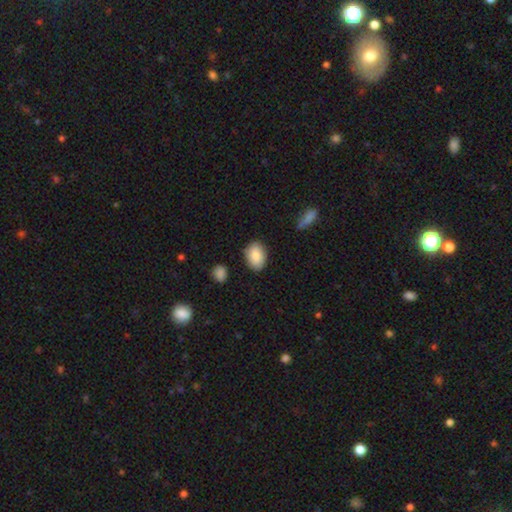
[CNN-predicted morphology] A smooth galaxy with no disk features (85%) that is in between round and cigar-shaped (84%). Merging: none (83%).